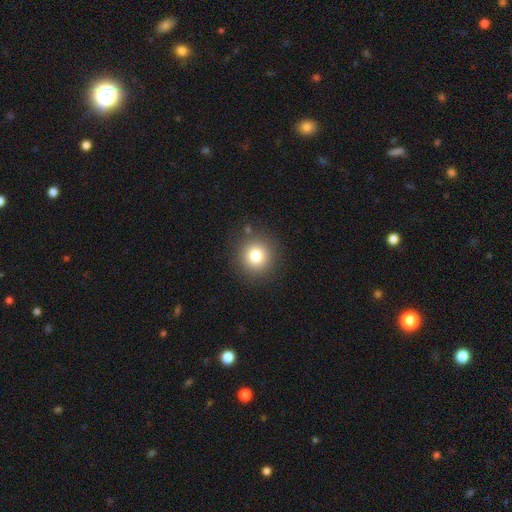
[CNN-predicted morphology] A smooth galaxy with no disk features (79%) that is round (93%). Merging: none (88%).